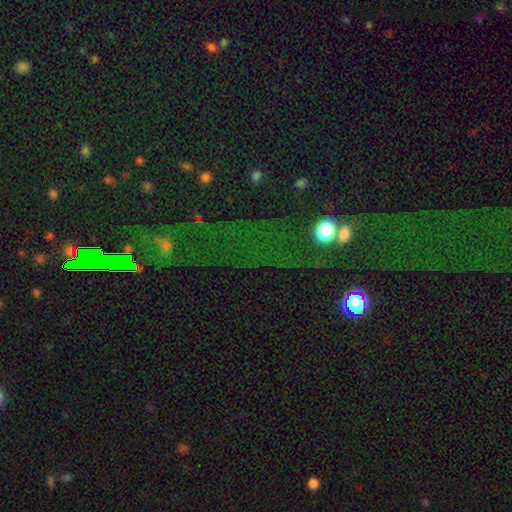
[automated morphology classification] Overall: star or artifact (72%).